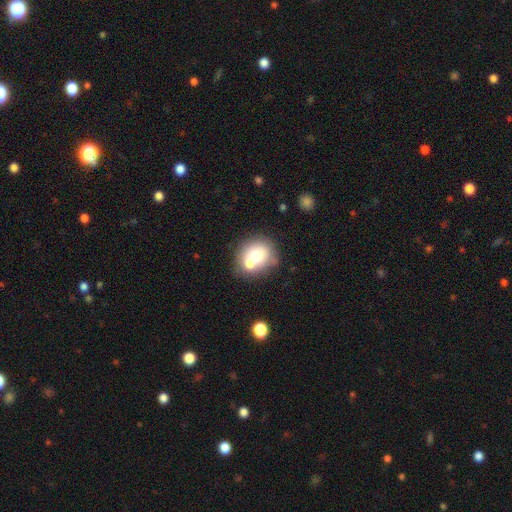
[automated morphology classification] The model was most divided on "merging": merger: 45%, none: 42%, minor disturbance: 10%, major disturbance: 4%. More confident: how rounded — round (75%); smooth or featured — smooth (66%).